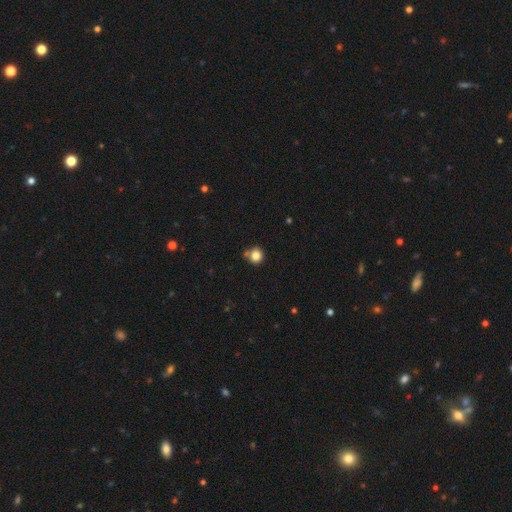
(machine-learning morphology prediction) Smooth or featured: smooth — 83% (star or artifact — 11%)
How rounded: round — 89% (in between — 10%)
Merging: none — 70% (minor disturbance — 14%)